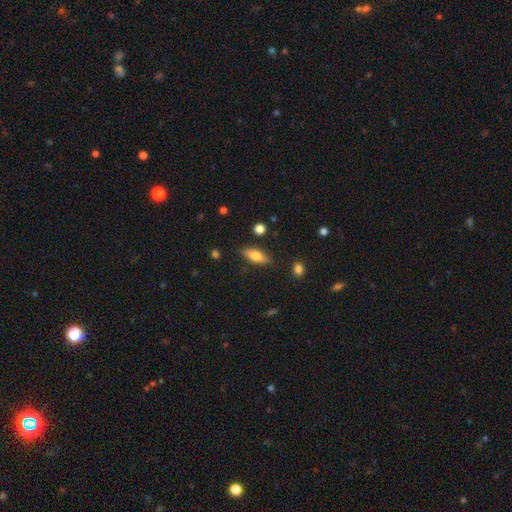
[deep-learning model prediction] Morphology: type=smooth (67%); roundness=in between (67%); merging=none (85%).